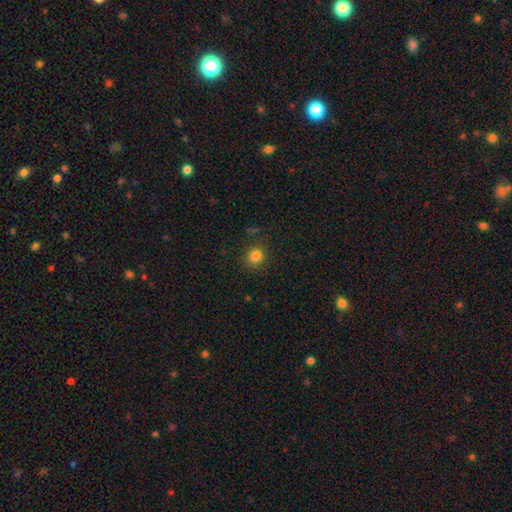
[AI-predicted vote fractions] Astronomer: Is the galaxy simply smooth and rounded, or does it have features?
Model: smooth — 83%.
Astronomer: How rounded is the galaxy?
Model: round — 84%.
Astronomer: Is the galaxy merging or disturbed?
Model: none — 86%.